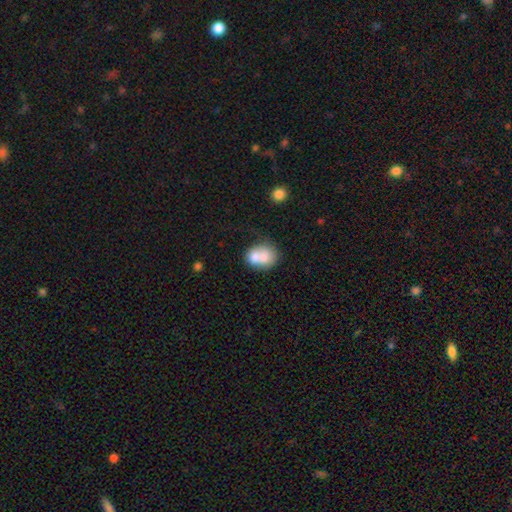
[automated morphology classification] The model was most divided on "how rounded": round: 52%, in between: 47%, cigar-shaped: 1%. More confident: smooth or featured — smooth (71%); merging — merger (58%).